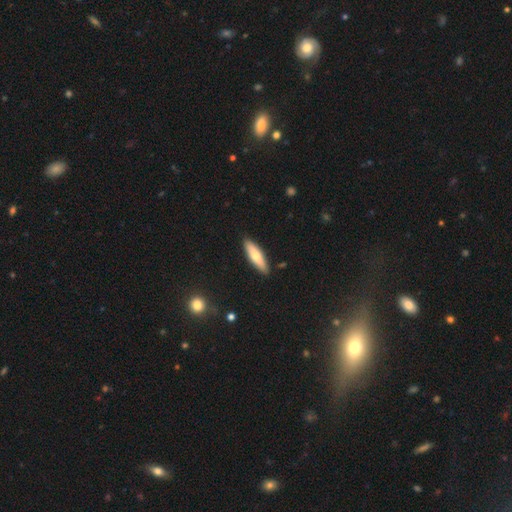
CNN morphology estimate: The model was most divided on "how rounded": cigar-shaped: 60%, in between: 38%, round: 2%. More confident: merging — none (89%); smooth or featured — smooth (66%).